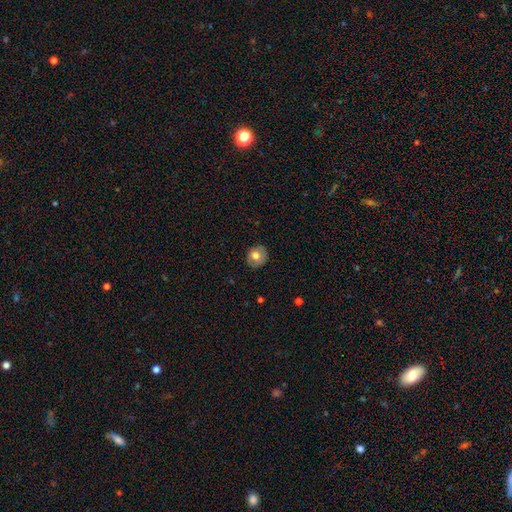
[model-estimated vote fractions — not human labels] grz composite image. It shows a smooth galaxy with no disk features (72%) that is round (79%). Merging: none (87%).